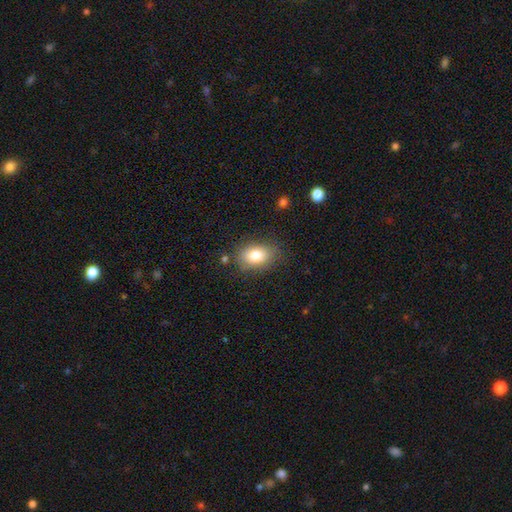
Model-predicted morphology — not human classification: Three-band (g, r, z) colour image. It shows a smooth galaxy with no disk features (83%) that is in between round and cigar-shaped (81%). Merging: none (78%).